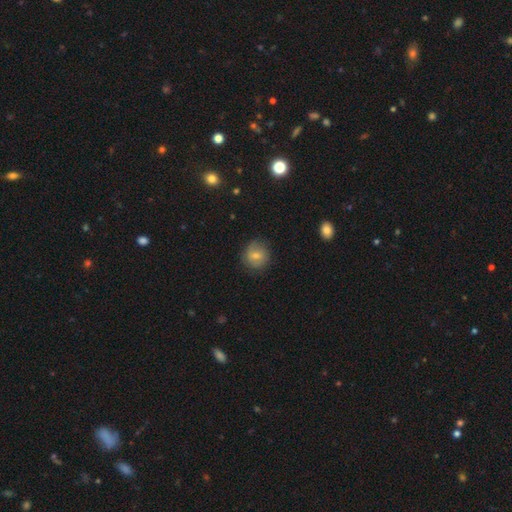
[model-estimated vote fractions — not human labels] This is likely a smooth galaxy (71%). How rounded: clearly round (87%). Merging: clearly none (81%).